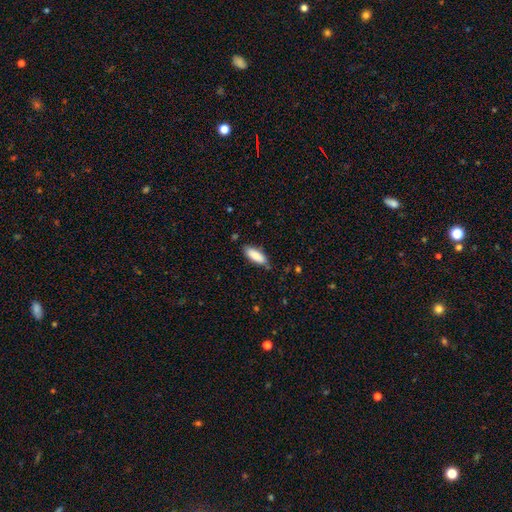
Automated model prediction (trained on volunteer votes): Morphology: type=smooth (87%); roundness=in between (71%); merging=none (79%).